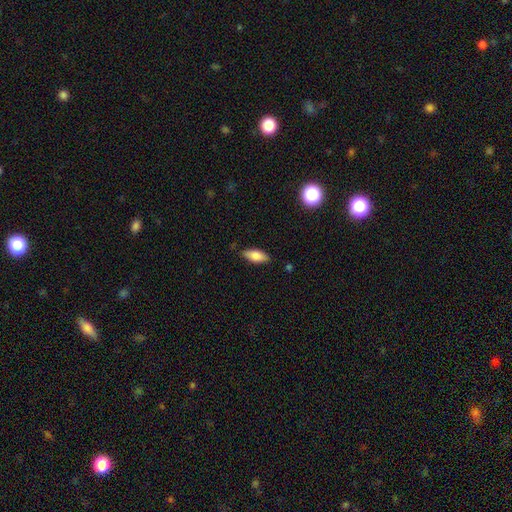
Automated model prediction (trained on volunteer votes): Morphology: type=smooth (78%); roundness=in between (77%); merging=none (84%).